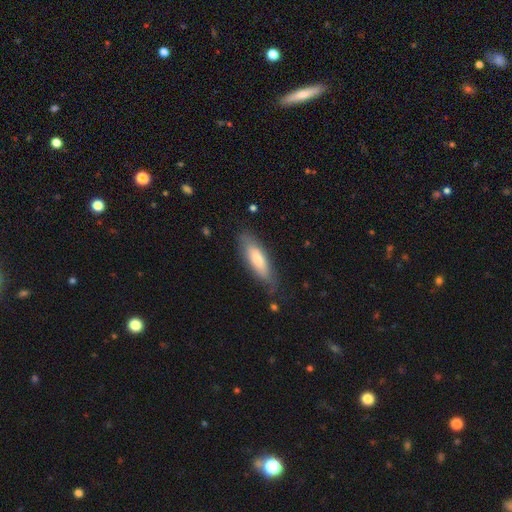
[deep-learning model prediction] Morphology: type=smooth (67%); roundness=cigar-shaped (53%); merging=none (79%).